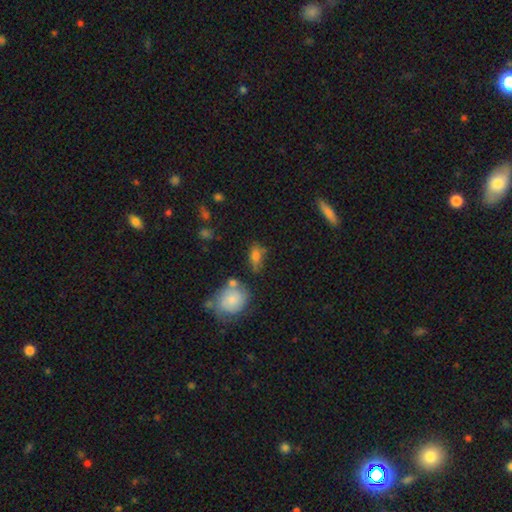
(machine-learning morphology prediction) This is likely a smooth galaxy (68%). How rounded: likely in between (75%). Merging: possibly none (53%).